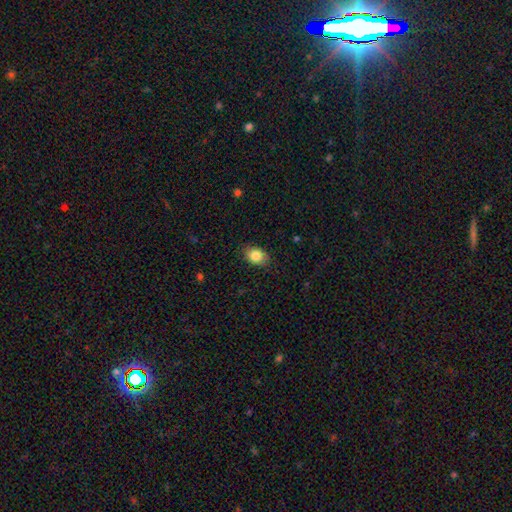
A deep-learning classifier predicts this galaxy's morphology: Overall: smooth (86%). How rounded: in between (78%). Merging: none (85%).